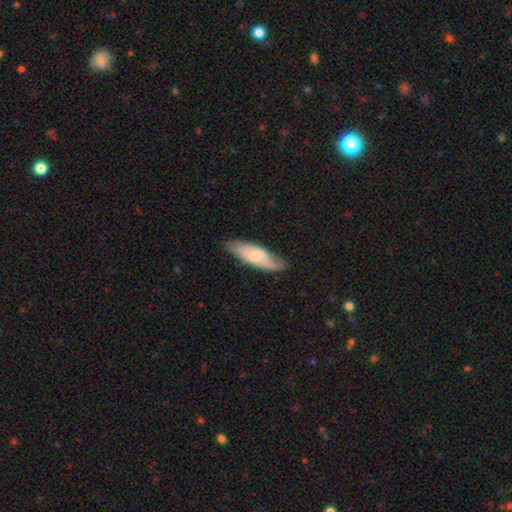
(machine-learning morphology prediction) Q: Smooth or featured?
A: smooth (50%); runner-up: featured or disk (44%)
Q: How rounded?
A: in between (57%); runner-up: cigar-shaped (41%)
Q: Merging?
A: none (73%); runner-up: minor disturbance (20%)